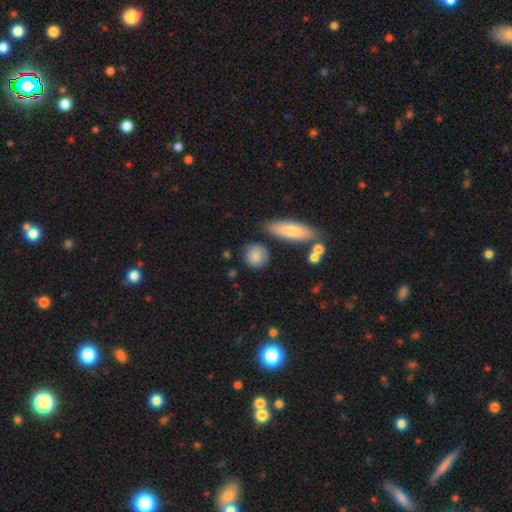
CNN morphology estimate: smooth-or-featured: smooth: 85% | featured or disk: 8% | star or artifact: 7%
  how-rounded: round: 82% | in between: 15% | cigar-shaped: 3%
  merging: none: 78% | minor disturbance: 13% | merger: 5% | major disturbance: 4%